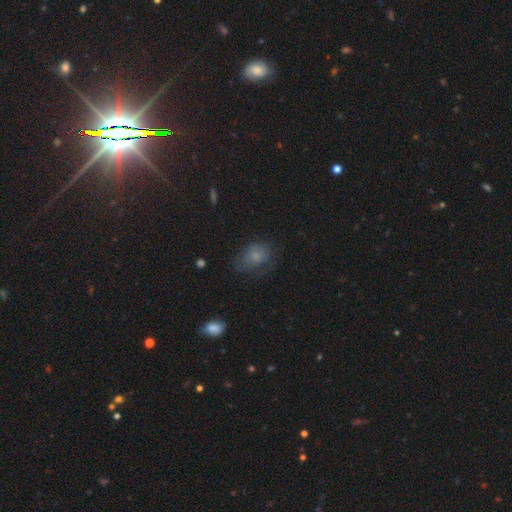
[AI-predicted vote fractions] Smooth or featured: smooth — 70% (featured or disk — 18%)
How rounded: in between — 69% (round — 29%)
Merging: none — 48% (minor disturbance — 30%)